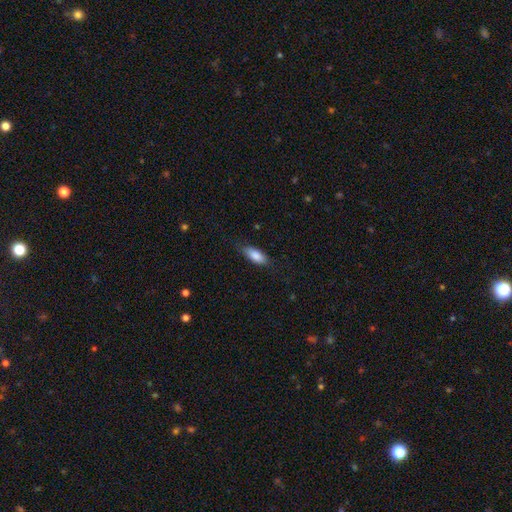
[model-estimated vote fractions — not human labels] smooth-or-featured: smooth: 85% | featured or disk: 9% | star or artifact: 6%
  how-rounded: in between: 80% | cigar-shaped: 18% | round: 2%
  merging: none: 78% | minor disturbance: 17% | major disturbance: 4% | merger: 1%